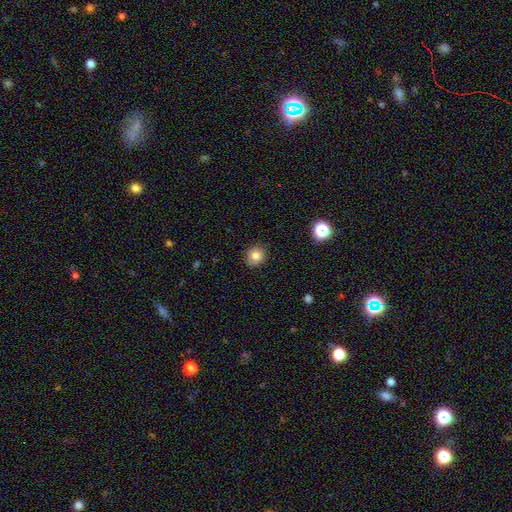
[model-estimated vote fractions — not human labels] Smooth or featured?
  - smooth: 80% *
  - star or artifact: 12%
  - featured or disk: 8%
How rounded?
  - round: 84% *
  - in between: 15%
  - cigar-shaped: 1%
Merging?
  - none: 90% *
  - minor disturbance: 7%
  - major disturbance: 2%
  - merger: 1%